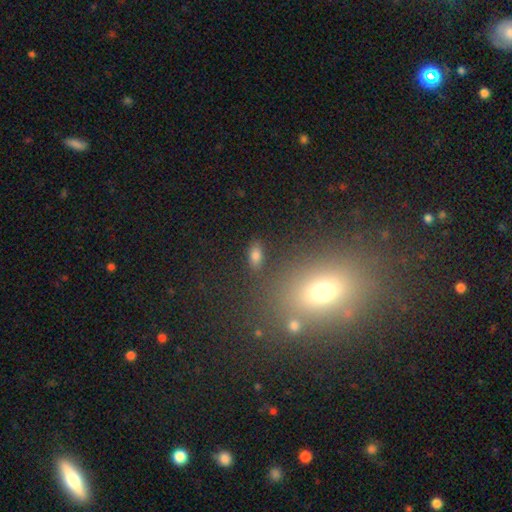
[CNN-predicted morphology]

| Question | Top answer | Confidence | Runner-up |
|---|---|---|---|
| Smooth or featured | smooth | 78% | star or artifact (15%) |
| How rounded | in between | 87% | round (7%) |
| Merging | none | 82% | minor disturbance (10%) |